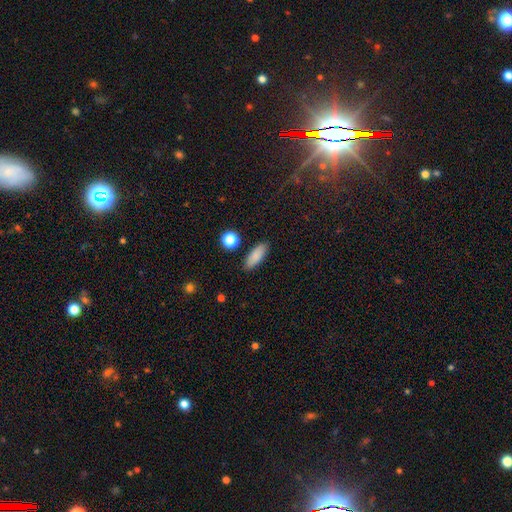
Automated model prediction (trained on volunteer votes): Morphology: type=smooth (85%); roundness=in between (64%); merging=none (87%).